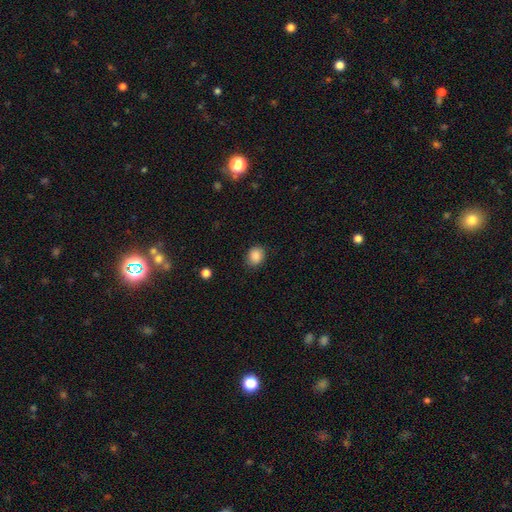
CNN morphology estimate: Q: Smooth or featured?
A: smooth (86%); runner-up: star or artifact (9%)
Q: How rounded?
A: round (64%); runner-up: in between (36%)
Q: Merging?
A: none (82%); runner-up: minor disturbance (14%)